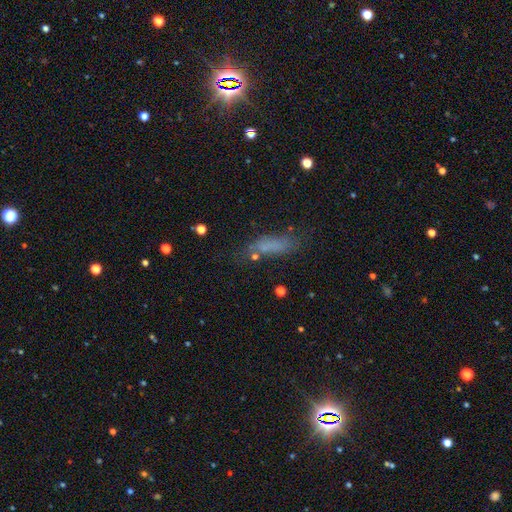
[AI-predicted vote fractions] Smooth or featured: smooth — 66% (featured or disk — 18%)
How rounded: cigar-shaped — 56% (in between — 41%)
Merging: none — 59% (minor disturbance — 22%)